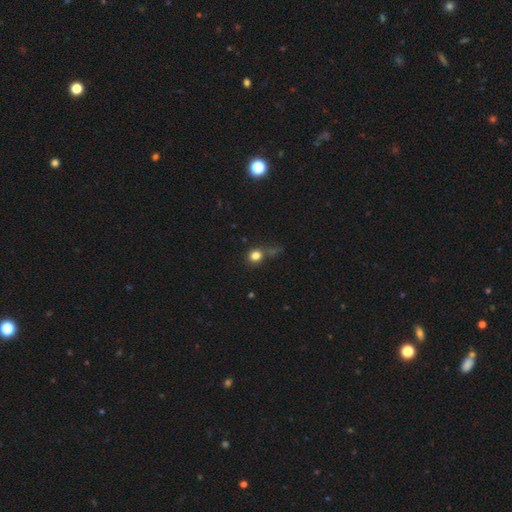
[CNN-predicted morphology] A smooth galaxy with no disk features (77%) that is round (84%). Merging: none (59%).